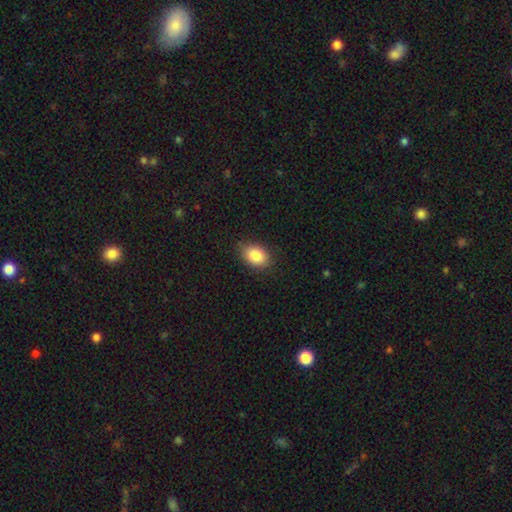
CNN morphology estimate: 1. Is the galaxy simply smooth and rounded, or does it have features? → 86% smooth, 8% star or artifact, 6% featured or disk.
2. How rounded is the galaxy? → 79% in between, 20% round, 1% cigar-shaped.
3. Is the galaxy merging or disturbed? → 82% none, 14% minor disturbance, 3% major disturbance, 1% merger.